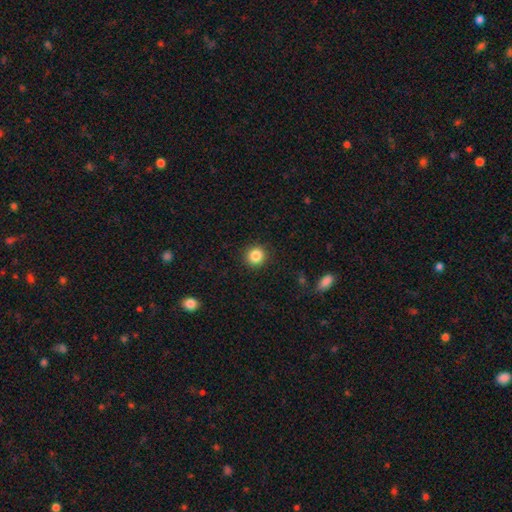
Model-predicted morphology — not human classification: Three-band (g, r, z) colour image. It shows a smooth galaxy with no disk features (86%) that is round (90%). Merging: none (91%).